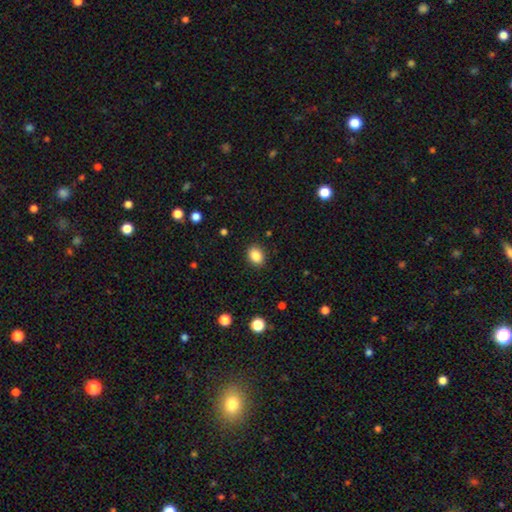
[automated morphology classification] Smooth or featured: smooth — 87% (star or artifact — 9%)
How rounded: in between — 55% (round — 44%)
Merging: none — 89% (minor disturbance — 7%)